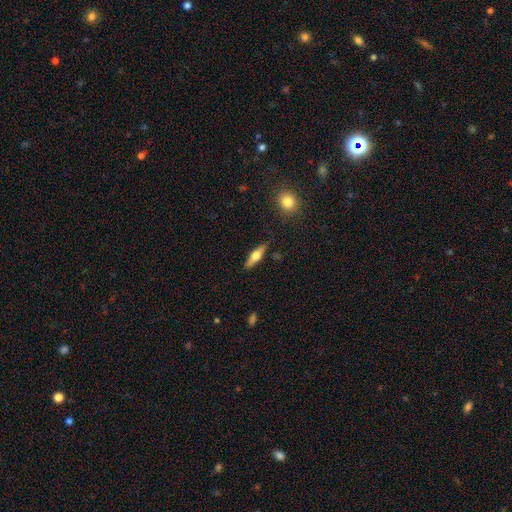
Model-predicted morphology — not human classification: This appears to be a featured or disk galaxy (52%) viewed edge-on (93%). Merging: none (85%).